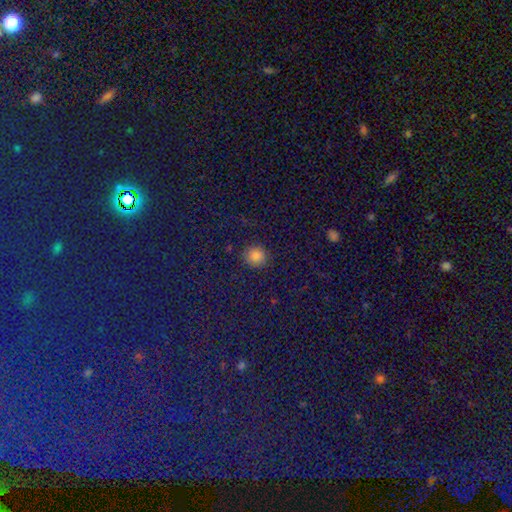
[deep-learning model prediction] Morphology: type=smooth (79%); roundness=round (91%); merging=none (89%).